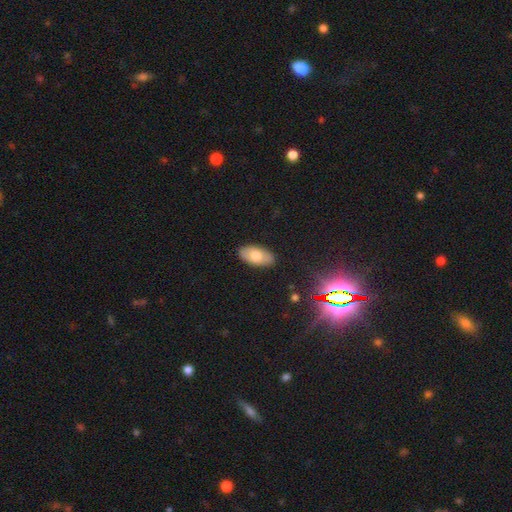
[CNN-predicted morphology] type=smooth (70%); roundness=in between (94%); merging=none (88%).